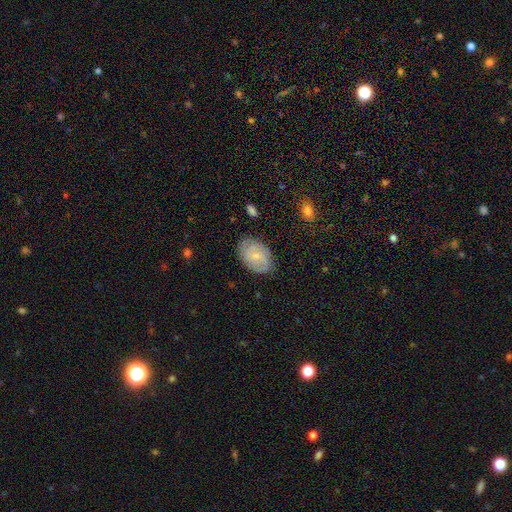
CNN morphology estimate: The model was most divided on "spiral arm count": 2: 44%, can't tell: 33%, 3: 12%, 1: 4%, 4: 4%, more than 4: 3%. More confident: edge-on disk — no (96%); spiral arms — yes (87%); merging — none (79%); bulge size — small (75%); smooth or featured — featured or disk (62%); bar — no (61%); spiral winding — tight (51%).